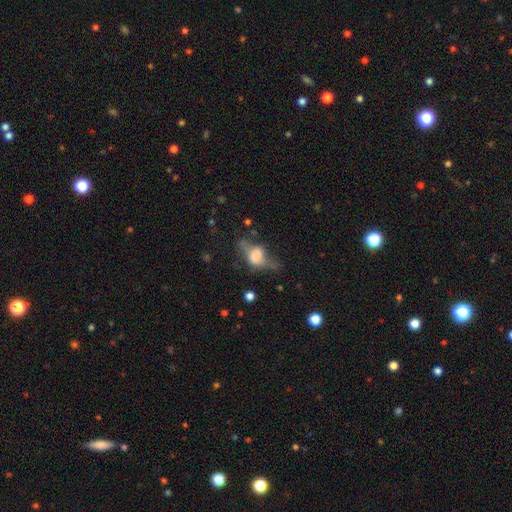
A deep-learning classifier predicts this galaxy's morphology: This appears to be a smooth galaxy with no disk features (48%). Merging: major disturbance (37%).